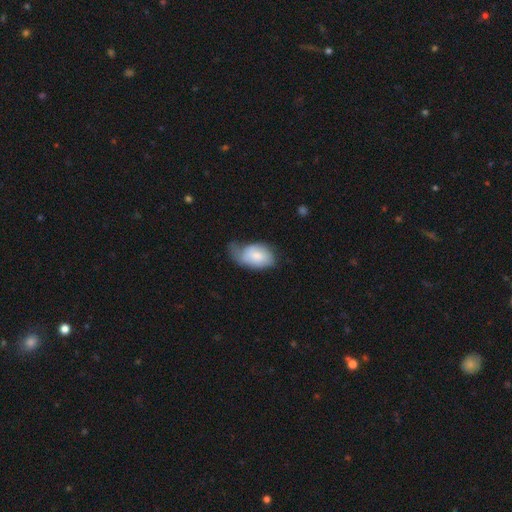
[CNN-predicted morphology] This appears to be a smooth galaxy with no disk features (71%) that is in between round and cigar-shaped (91%). Merging: minor disturbance (41%).